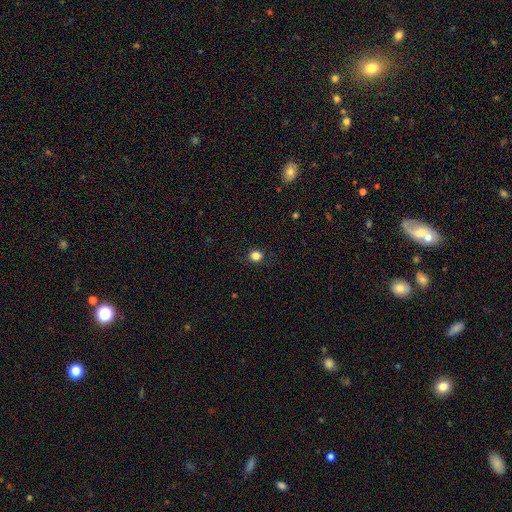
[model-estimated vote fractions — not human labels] smooth 84%, star or artifact 12%, featured or disk 4%. Down the decision tree: how rounded — round (71%); merging — none (87%).